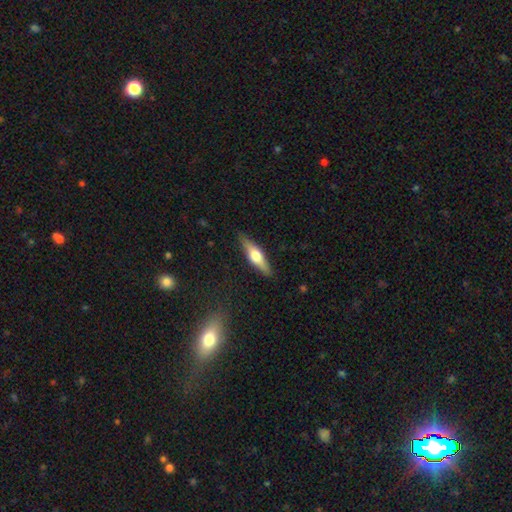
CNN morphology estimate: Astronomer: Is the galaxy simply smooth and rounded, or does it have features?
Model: featured or disk — 48% (runner-up: smooth, 46%).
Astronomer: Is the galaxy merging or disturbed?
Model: none — 88%.